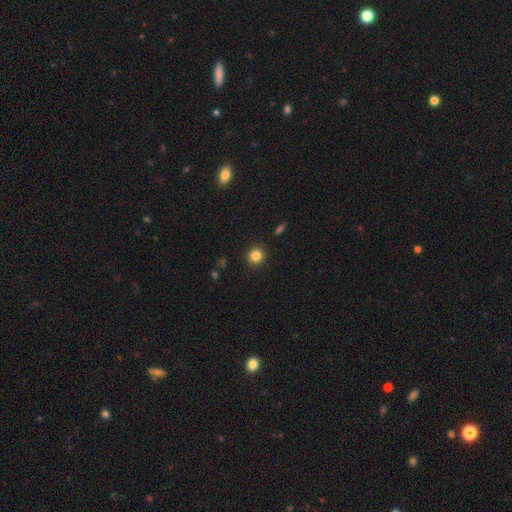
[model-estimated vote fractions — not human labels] Smooth or featured: smooth — 84% (star or artifact — 11%)
How rounded: round — 90% (in between — 9%)
Merging: none — 91% (minor disturbance — 5%)